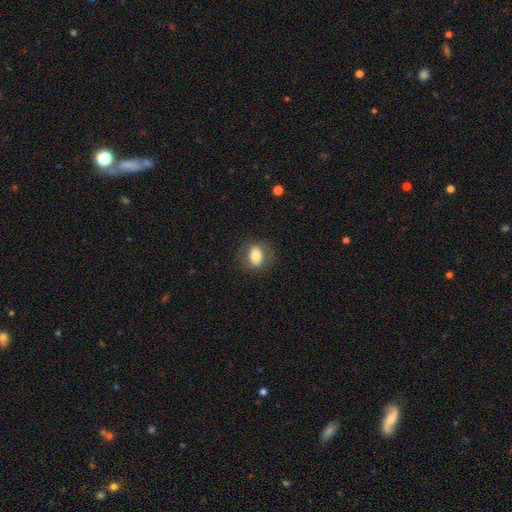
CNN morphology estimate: The model was most divided on "how rounded": in between: 61%, round: 37%, cigar-shaped: 2%. More confident: merging — none (80%); smooth or featured — smooth (71%).